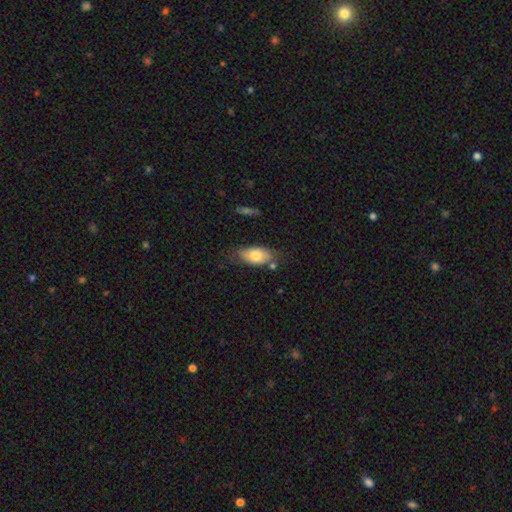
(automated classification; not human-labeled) Morphology: type=smooth (73%); roundness=in between (89%); merging=none (64%).